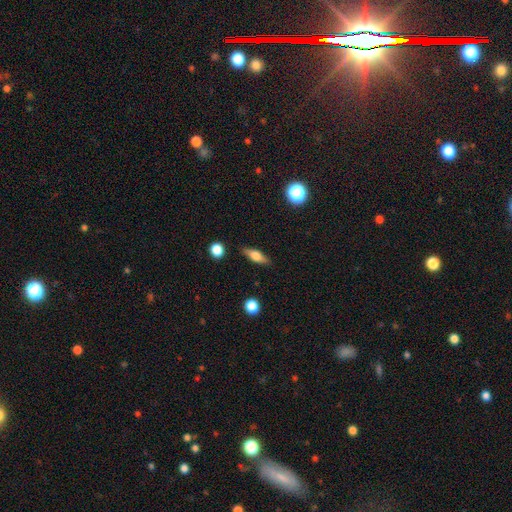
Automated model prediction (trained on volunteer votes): Smooth or featured?
  - smooth: 56% *
  - featured or disk: 36%
  - star or artifact: 8%
How rounded?
  - in between: 54% *
  - cigar-shaped: 40%
  - round: 6%
Merging?
  - none: 85% *
  - minor disturbance: 11%
  - major disturbance: 3%
  - merger: 2%